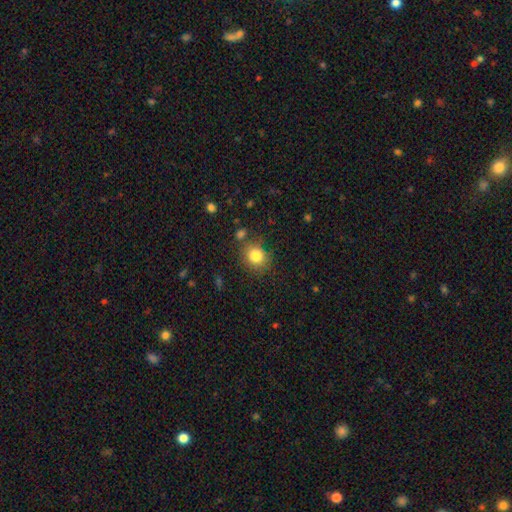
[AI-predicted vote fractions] Smooth or featured? smooth (83%)
How rounded? round (73%)
Merging? none (78%)